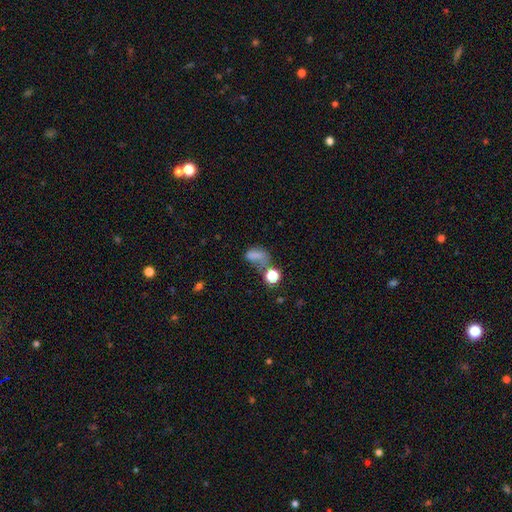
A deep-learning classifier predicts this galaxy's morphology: Smooth or featured?
  - smooth: 67% *
  - star or artifact: 18%
  - featured or disk: 14%
How rounded?
  - in between: 74% *
  - round: 22%
  - cigar-shaped: 4%
Merging?
  - major disturbance: 30% *
  - none: 27%
  - merger: 22%
  - minor disturbance: 20%